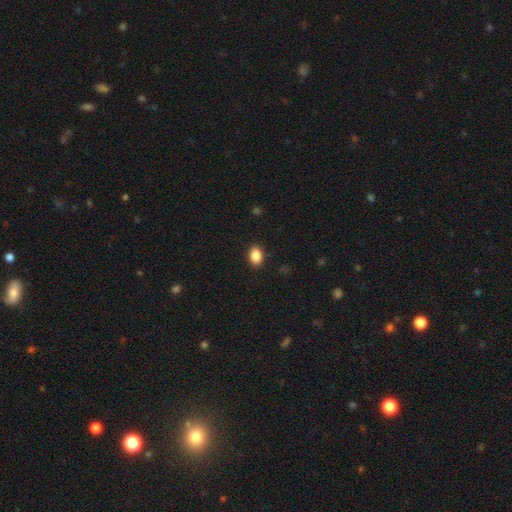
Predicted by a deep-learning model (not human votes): A smooth galaxy with no disk features (88%) that is in between round and cigar-shaped (81%).

Vote fractions:
- Smooth or featured? smooth: 88% / star or artifact: 8% / featured or disk: 3%
- How rounded? in between: 81% / round: 18% / cigar-shaped: 1%
- Merging? none: 90% / minor disturbance: 7% / major disturbance: 2% / merger: 1%